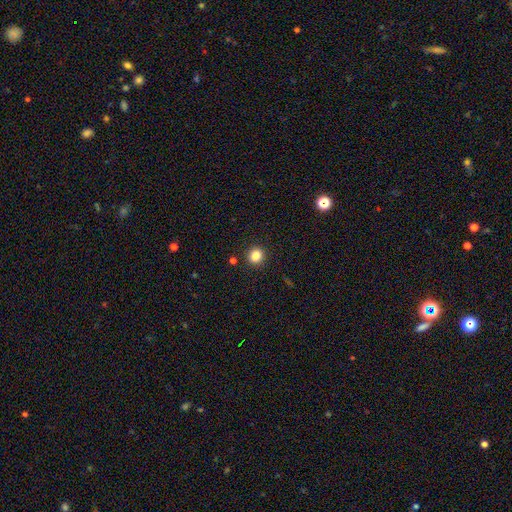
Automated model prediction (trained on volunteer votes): A smooth galaxy with no disk features (84%) that is round (90%).

Vote fractions:
- Smooth or featured? smooth: 84% / star or artifact: 12% / featured or disk: 5%
- How rounded? round: 90% / in between: 9% / cigar-shaped: 1%
- Merging? none: 91% / minor disturbance: 5% / major disturbance: 2% / merger: 2%